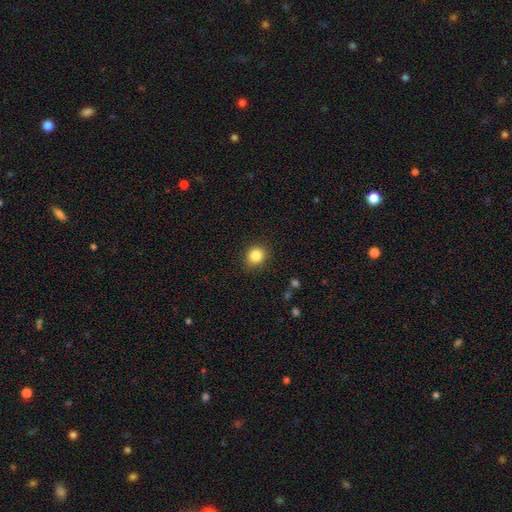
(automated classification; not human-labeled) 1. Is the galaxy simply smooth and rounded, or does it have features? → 84% smooth, 10% star or artifact, 5% featured or disk.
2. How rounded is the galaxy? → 78% round, 21% in between, 1% cigar-shaped.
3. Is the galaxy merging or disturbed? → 89% none, 8% minor disturbance, 2% major disturbance, 1% merger.